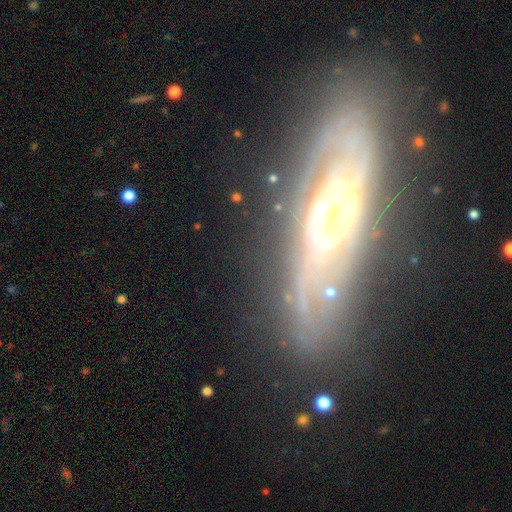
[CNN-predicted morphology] This appears to be a featured or disk galaxy (81%) with no bar (63%), spiral arms (81%) and a moderate central bulge (46%). Merging: none (77%).